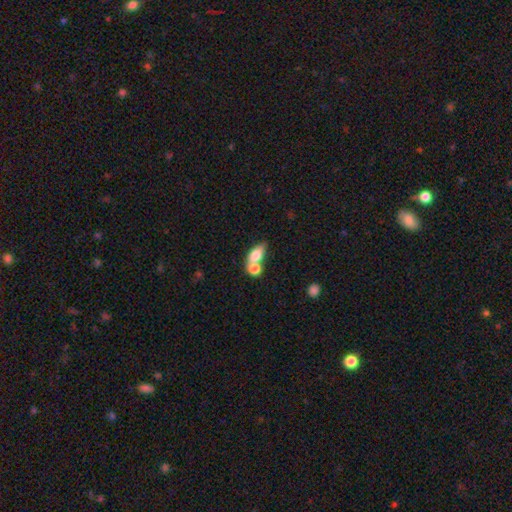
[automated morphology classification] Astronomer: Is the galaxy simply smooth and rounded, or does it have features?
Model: smooth — 71%.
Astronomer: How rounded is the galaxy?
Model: in between — 72%.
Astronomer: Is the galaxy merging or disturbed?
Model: merger — 52% (runner-up: none, 32%).